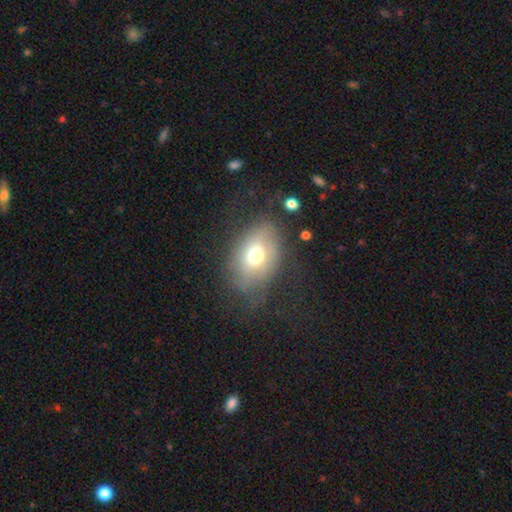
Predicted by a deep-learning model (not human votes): This is likely a smooth galaxy (62%). How rounded: likely in between (71%). Merging: possibly none (57%).